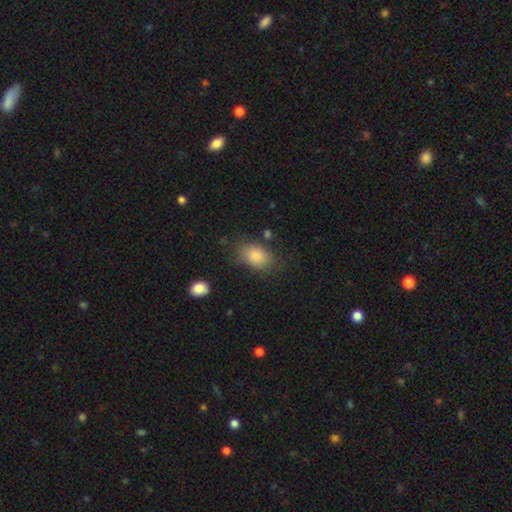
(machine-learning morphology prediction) Smooth or featured? Predicted: smooth (p=0.84). How rounded? Predicted: in between (p=0.78). Merging? Predicted: none (p=0.74).